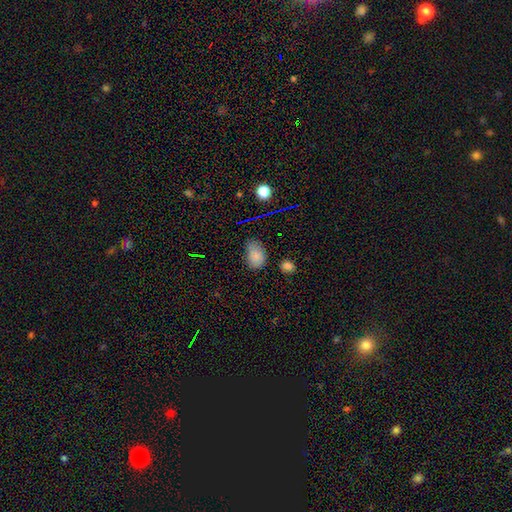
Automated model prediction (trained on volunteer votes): A smooth galaxy with no disk features (80%) that is in between round and cigar-shaped (86%). Merging: none (61%).